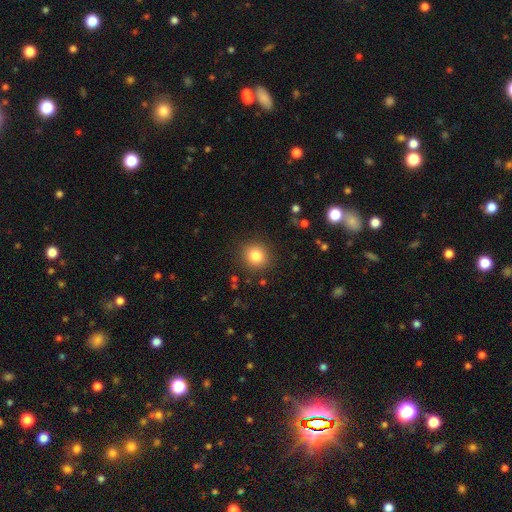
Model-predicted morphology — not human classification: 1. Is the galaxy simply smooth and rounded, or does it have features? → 82% smooth, 11% star or artifact, 6% featured or disk.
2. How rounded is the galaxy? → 87% round, 12% in between, 1% cigar-shaped.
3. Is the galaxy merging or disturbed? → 89% none, 7% minor disturbance, 3% major disturbance, 1% merger.